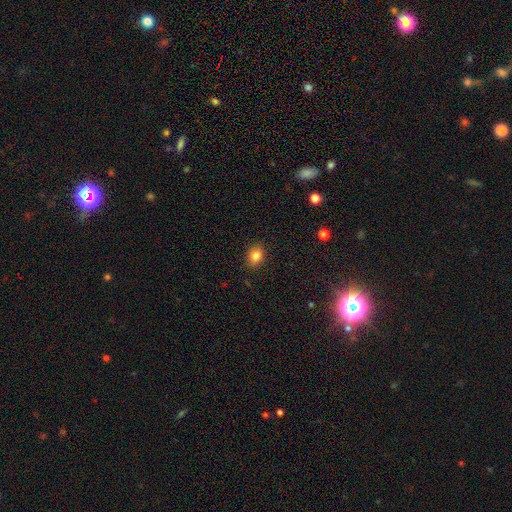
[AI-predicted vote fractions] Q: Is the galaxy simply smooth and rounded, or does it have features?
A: smooth — 84%.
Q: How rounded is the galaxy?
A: in between — 60%.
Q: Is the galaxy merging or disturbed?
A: none — 87%.